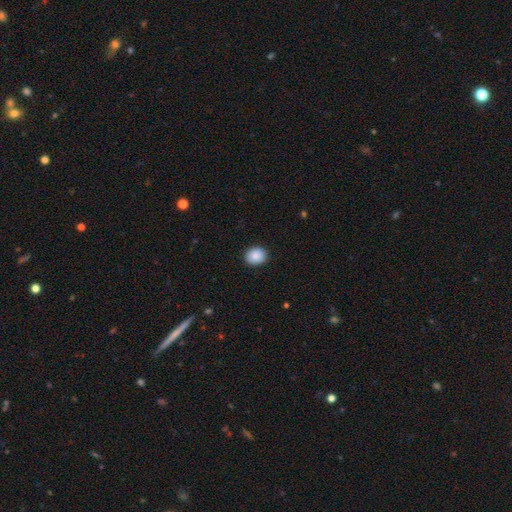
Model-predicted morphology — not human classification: A smooth galaxy with no disk features (89%) that is round (69%). Merging: none (90%).